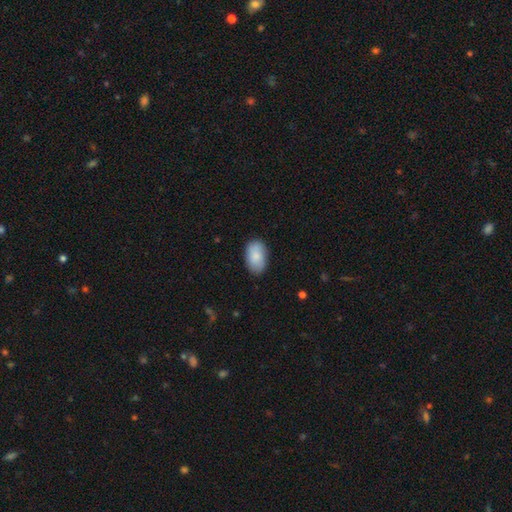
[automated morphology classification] A smooth galaxy with no disk features (85%) that is in between round and cigar-shaped (92%). Merging: none (84%).